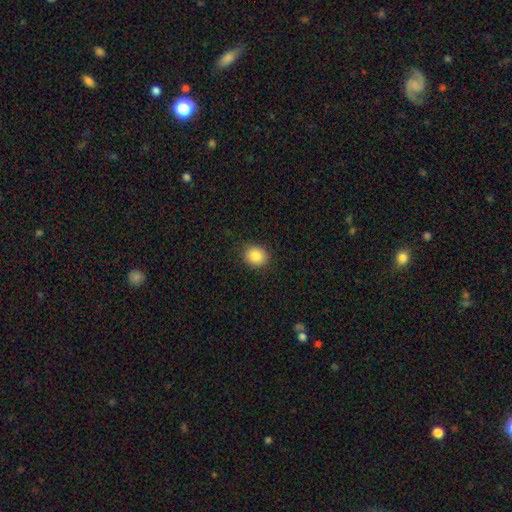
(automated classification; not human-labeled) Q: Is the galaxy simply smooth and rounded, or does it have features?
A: smooth — 86%.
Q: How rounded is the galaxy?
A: round — 68%.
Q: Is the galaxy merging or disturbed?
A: none — 88%.